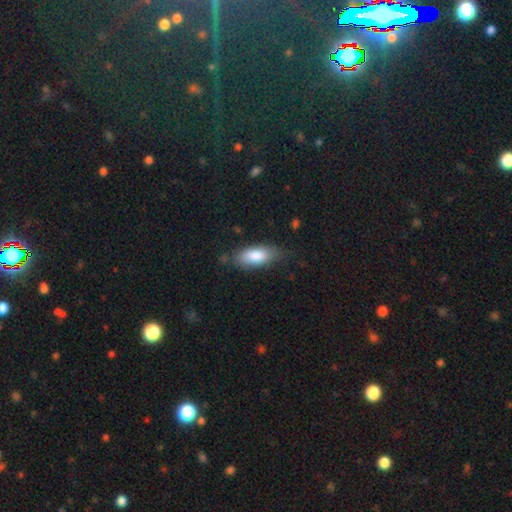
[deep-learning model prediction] smooth 83%, featured or disk 11%, star or artifact 6%. Down the decision tree: how rounded — in between (83%); merging — none (70%).